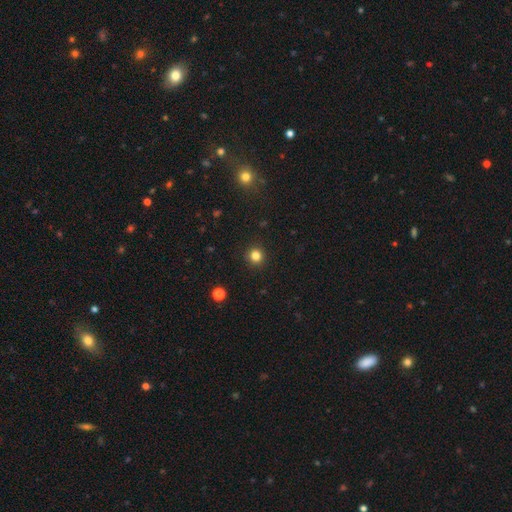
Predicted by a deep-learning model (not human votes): Smooth or featured? smooth (82%)
How rounded? round (93%)
Merging? none (92%)